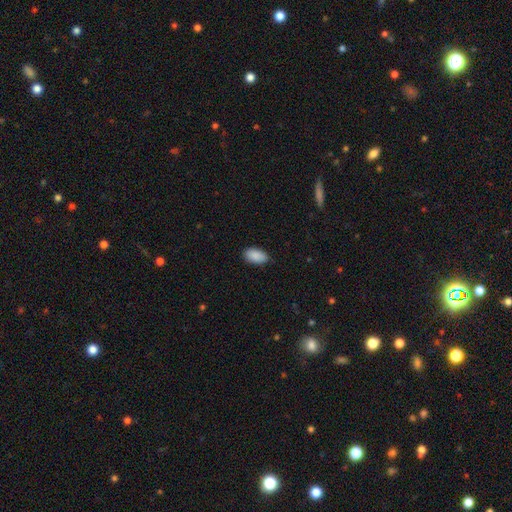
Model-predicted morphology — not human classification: smooth 90%, star or artifact 7%, featured or disk 4%. Down the decision tree: how rounded — in between (94%); merging — none (85%).